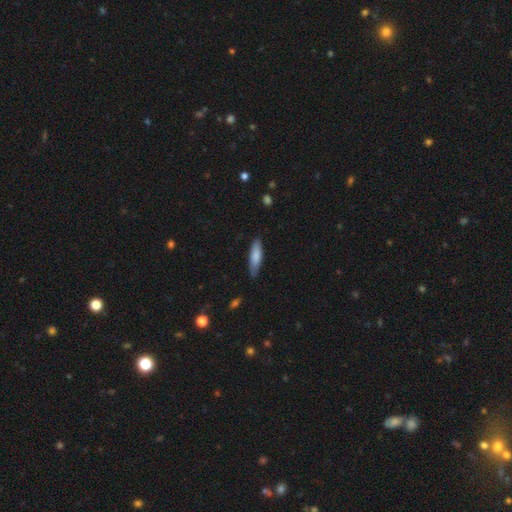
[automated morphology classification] A smooth galaxy with no disk features (79%) that is cigar-shaped (67%).

Vote fractions:
- Smooth or featured? smooth: 79% / featured or disk: 16% / star or artifact: 5%
- How rounded? cigar-shaped: 67% / in between: 32% / round: 1%
- Merging? none: 80% / minor disturbance: 16% / major disturbance: 2% / merger: 1%